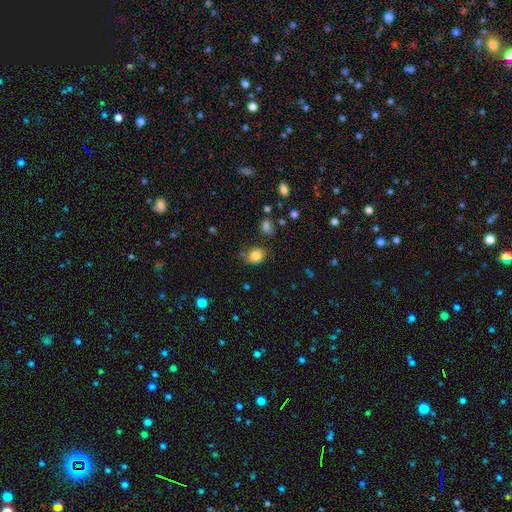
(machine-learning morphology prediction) Smooth or featured? smooth (83%)
How rounded? round (55%)
Merging? none (76%)